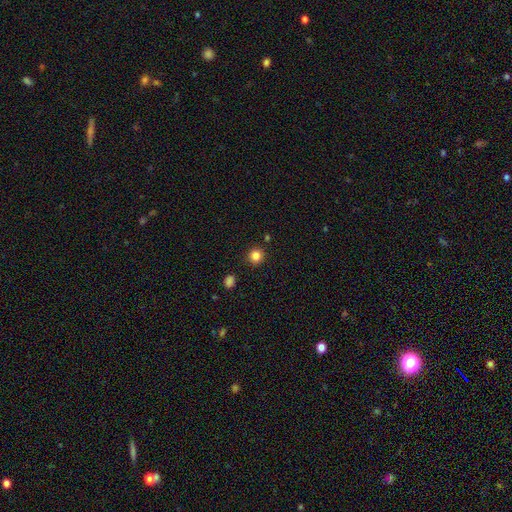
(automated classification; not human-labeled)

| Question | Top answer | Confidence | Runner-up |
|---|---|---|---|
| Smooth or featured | smooth | 84% | star or artifact (12%) |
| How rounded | round | 93% | in between (7%) |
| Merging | none | 90% | minor disturbance (6%) |